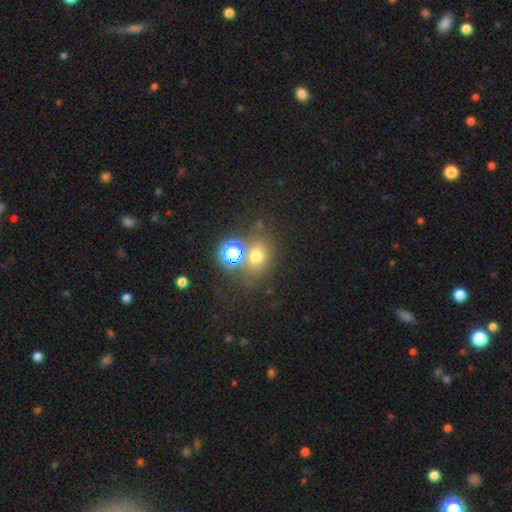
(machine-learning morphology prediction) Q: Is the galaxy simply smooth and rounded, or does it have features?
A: smooth — 64%.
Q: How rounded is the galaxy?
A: round — 65%.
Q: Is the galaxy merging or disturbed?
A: none — 65%.